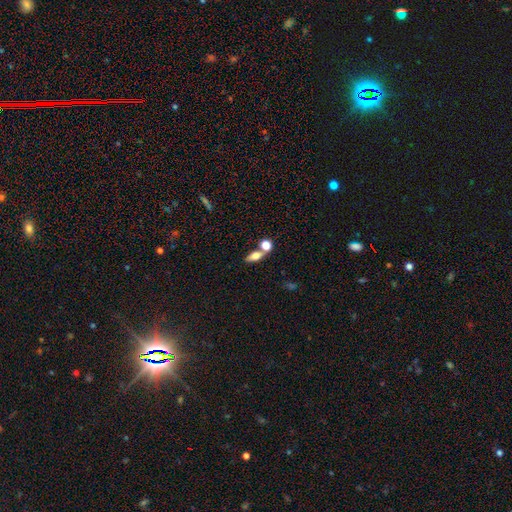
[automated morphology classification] Smooth or featured? smooth (69%)
How rounded? in between (71%)
Merging? none (56%)